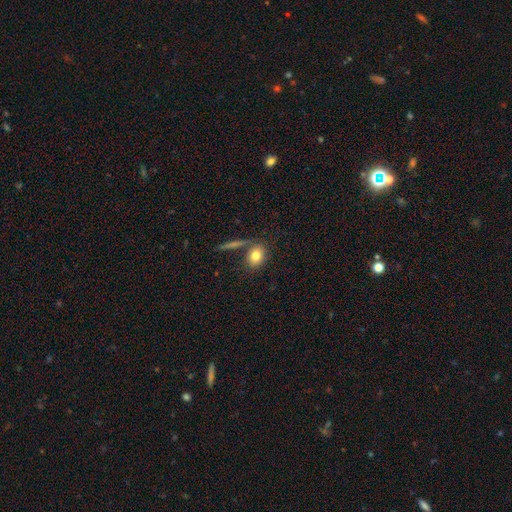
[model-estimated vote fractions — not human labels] smooth-or-featured: smooth: 80% | featured or disk: 11% | star or artifact: 9%
  how-rounded: in between: 59% | round: 39% | cigar-shaped: 3%
  merging: none: 67% | merger: 15% | minor disturbance: 13% | major disturbance: 5%